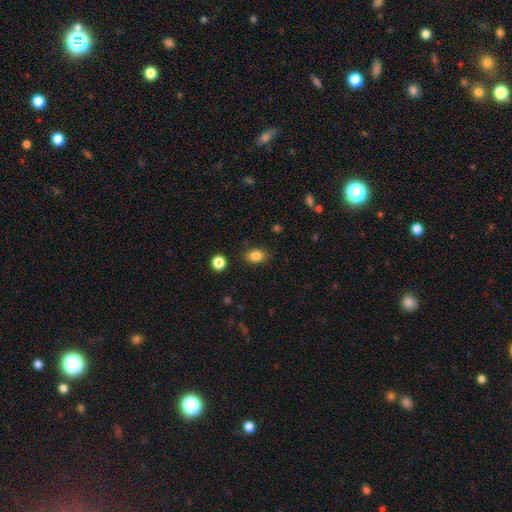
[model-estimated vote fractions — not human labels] Smooth or featured: smooth — 84% (star or artifact — 10%)
How rounded: in between — 71% (round — 28%)
Merging: none — 84% (minor disturbance — 11%)